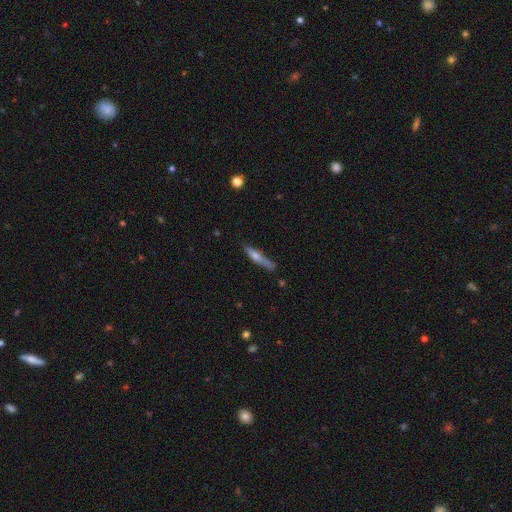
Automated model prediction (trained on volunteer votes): Smooth or featured?
  - featured or disk: 47% *
  - smooth: 46%
  - star or artifact: 7%
Merging?
  - none: 74% *
  - minor disturbance: 19%
  - major disturbance: 4%
  - merger: 3%